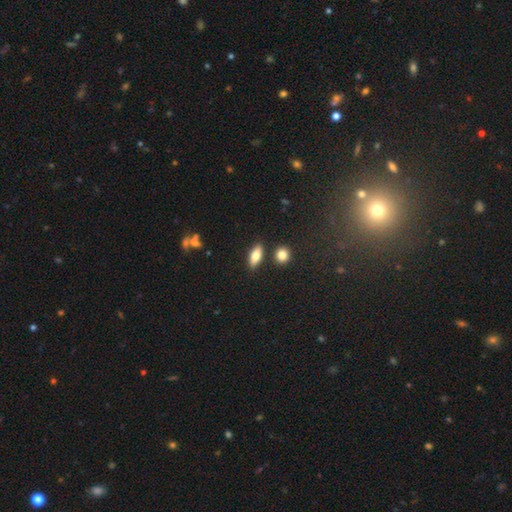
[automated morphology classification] Overall: smooth (77%). How rounded: in between (76%). Merging: none (81%).